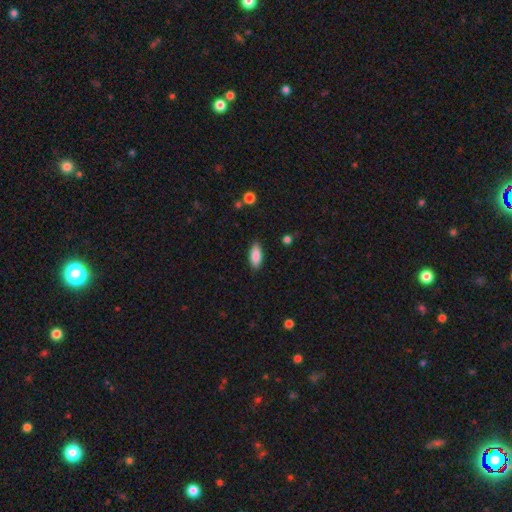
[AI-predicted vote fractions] A smooth galaxy with no disk features (87%) that is in between round and cigar-shaped (78%).

Vote fractions:
- Smooth or featured? smooth: 87% / star or artifact: 7% / featured or disk: 6%
- How rounded? in between: 78% / cigar-shaped: 20% / round: 2%
- Merging? none: 86% / minor disturbance: 11% / major disturbance: 2% / merger: 1%